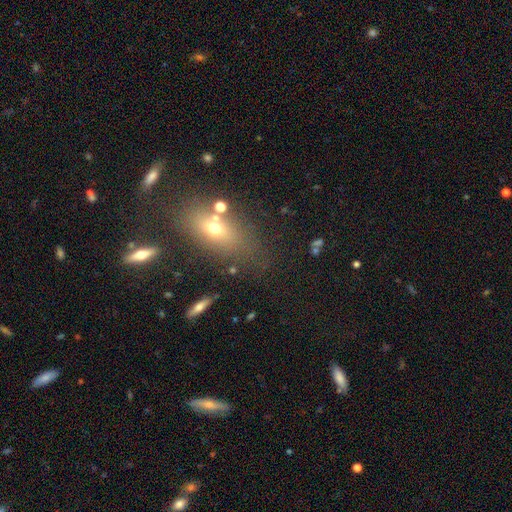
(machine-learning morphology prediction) smooth-or-featured: smooth: 54% | star or artifact: 25% | featured or disk: 20%
  how-rounded: in between: 69% | round: 22% | cigar-shaped: 10%
  merging: none: 67% | minor disturbance: 13% | merger: 12% | major disturbance: 7%